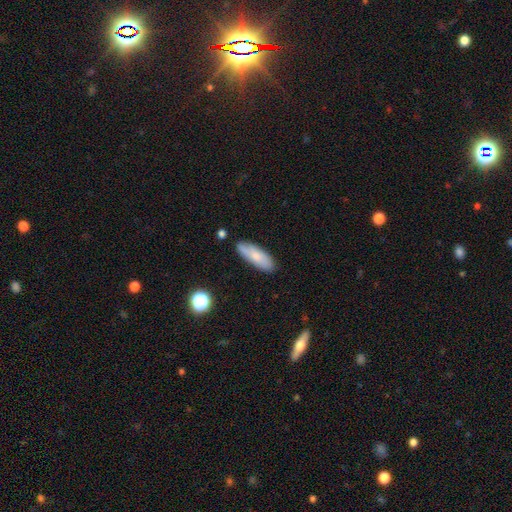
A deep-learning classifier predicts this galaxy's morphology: Smooth or featured?
  - smooth: 72% *
  - featured or disk: 21%
  - star or artifact: 7%
How rounded?
  - in between: 58% *
  - cigar-shaped: 40%
  - round: 2%
Merging?
  - none: 81% *
  - minor disturbance: 14%
  - major disturbance: 3%
  - merger: 2%